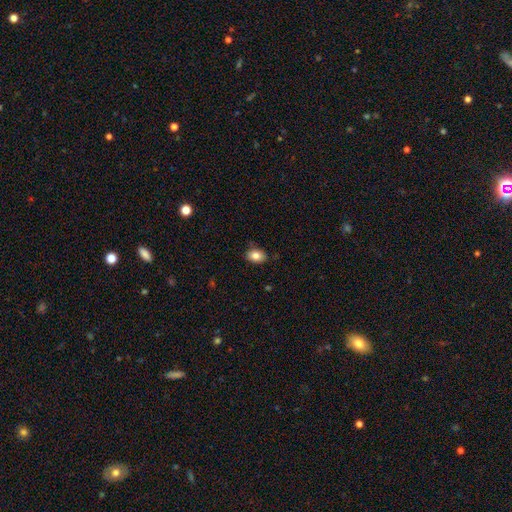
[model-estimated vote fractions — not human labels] Smooth or featured: smooth — 83% (featured or disk — 9%)
How rounded: in between — 81% (round — 18%)
Merging: none — 84% (minor disturbance — 13%)